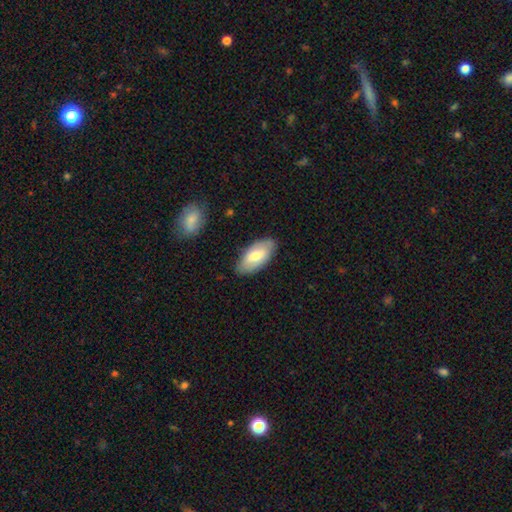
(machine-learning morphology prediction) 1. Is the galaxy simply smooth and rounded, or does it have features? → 67% smooth, 27% featured or disk, 6% star or artifact.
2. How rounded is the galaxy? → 93% in between, 5% cigar-shaped, 2% round.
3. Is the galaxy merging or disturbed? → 83% none, 13% minor disturbance, 3% major disturbance, 1% merger.